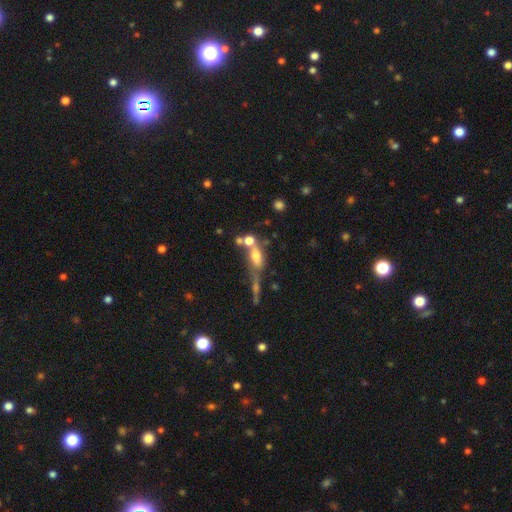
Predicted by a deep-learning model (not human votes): Smooth or featured? Predicted: smooth (p=0.53). How rounded? Predicted: in between (p=0.61). Merging? Predicted: merger (p=0.43).